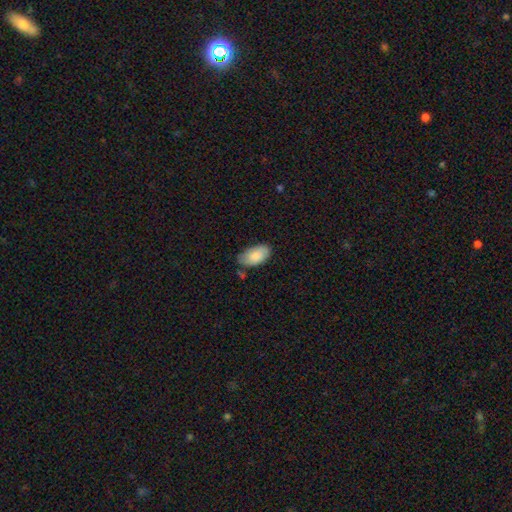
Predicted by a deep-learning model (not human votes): The model was most divided on "merging": none: 67%, minor disturbance: 24%, merger: 4%, major disturbance: 4%. More confident: how rounded — in between (95%); smooth or featured — smooth (85%).